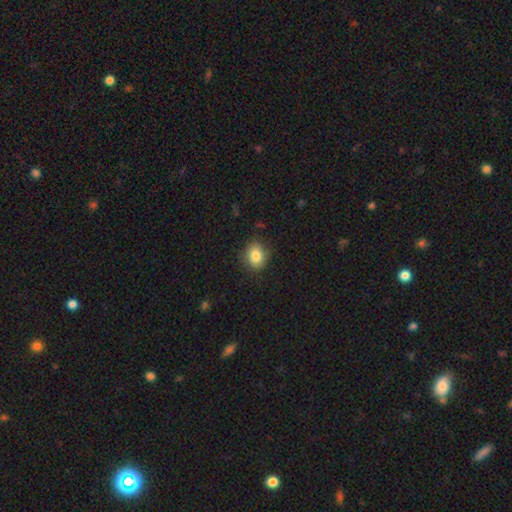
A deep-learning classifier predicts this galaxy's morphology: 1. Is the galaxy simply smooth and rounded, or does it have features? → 83% smooth, 9% star or artifact, 8% featured or disk.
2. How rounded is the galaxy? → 50% round, 49% in between, 1% cigar-shaped.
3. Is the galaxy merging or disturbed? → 83% none, 13% minor disturbance, 3% major disturbance, 1% merger.